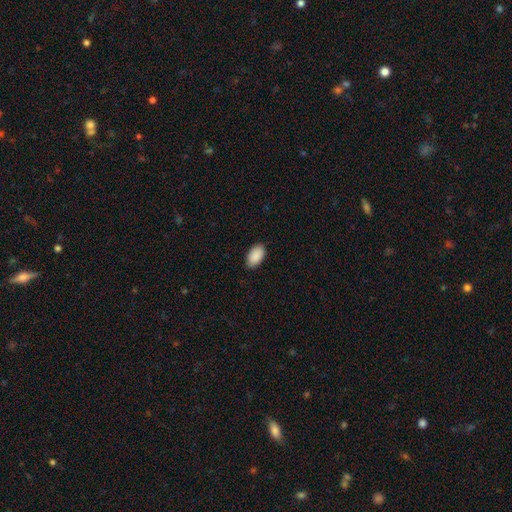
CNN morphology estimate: smooth_or_featured: smooth (p=0.91) [alt: star or artifact p=0.06]
how_rounded: in between (p=0.94) [alt: round p=0.05]
merging: none (p=0.88) [alt: minor disturbance p=0.09]